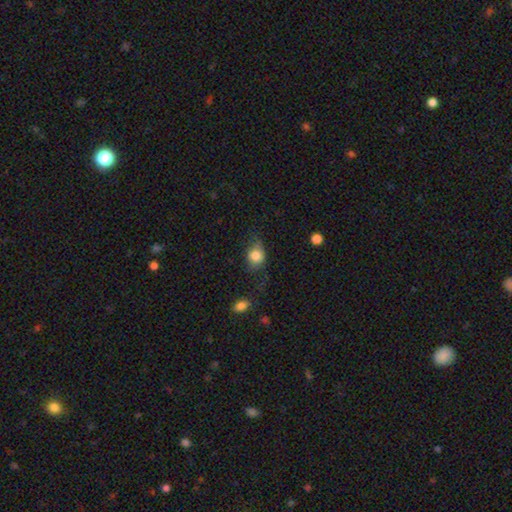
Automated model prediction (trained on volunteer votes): Smooth or featured: smooth — 78% (featured or disk — 13%)
How rounded: round — 56% (in between — 42%)
Merging: none — 48% (minor disturbance — 32%)